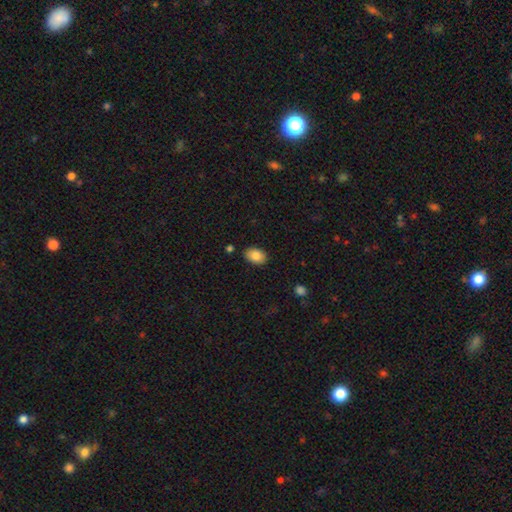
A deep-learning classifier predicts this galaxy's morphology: smooth 85%, star or artifact 8%, featured or disk 7%. Down the decision tree: how rounded — in between (87%); merging — none (86%).